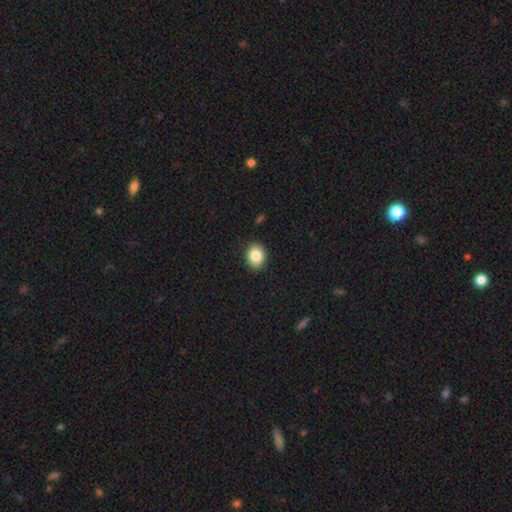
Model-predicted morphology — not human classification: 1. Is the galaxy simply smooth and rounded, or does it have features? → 85% smooth, 9% star or artifact, 6% featured or disk.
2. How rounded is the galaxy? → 55% round, 44% in between, 1% cigar-shaped.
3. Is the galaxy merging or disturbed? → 90% none, 7% minor disturbance, 2% major disturbance, 1% merger.